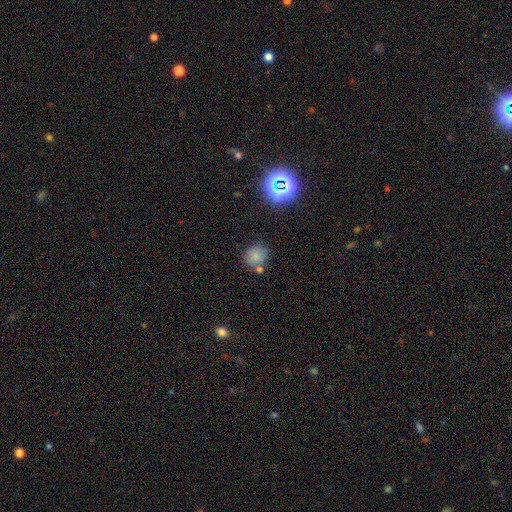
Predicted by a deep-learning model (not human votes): smooth-or-featured: smooth: 73% | star or artifact: 17% | featured or disk: 9%
  how-rounded: round: 73% | in between: 26% | cigar-shaped: 1%
  merging: none: 65% | minor disturbance: 15% | merger: 15% | major disturbance: 5%